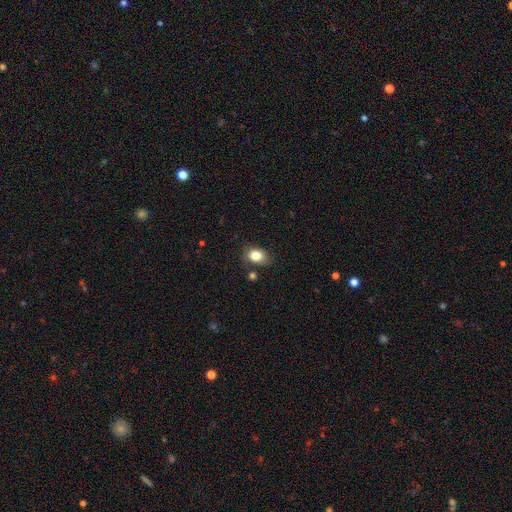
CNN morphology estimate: This is clearly a smooth galaxy (82%). How rounded: likely in between (60%). Merging: likely none (68%).